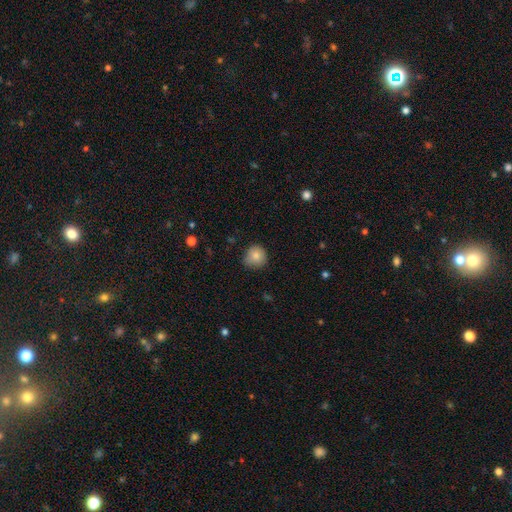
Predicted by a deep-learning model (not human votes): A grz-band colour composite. It shows a smooth galaxy with no disk features (83%) that is round (90%). Merging: none (72%).